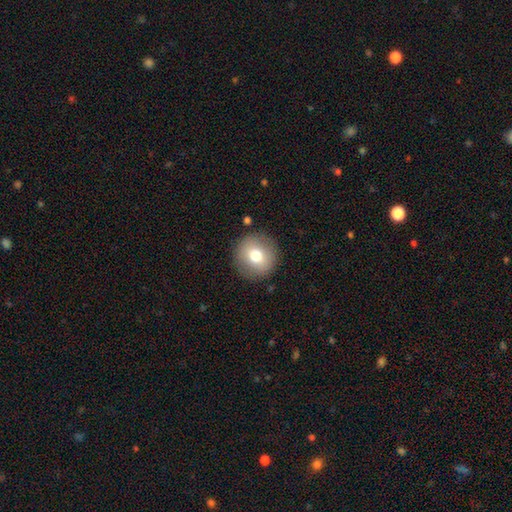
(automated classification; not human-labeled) smooth 75%, featured or disk 16%, star or artifact 9%. Down the decision tree: how rounded — round (94%); merging — none (89%).